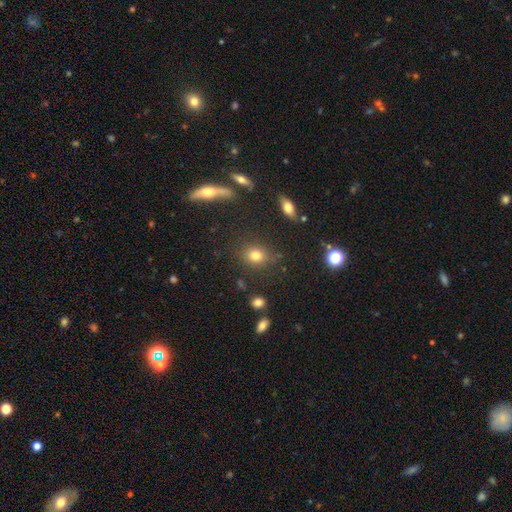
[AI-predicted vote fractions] smooth 76%, star or artifact 15%, featured or disk 8%. Down the decision tree: how rounded — round (62%); merging — none (80%).